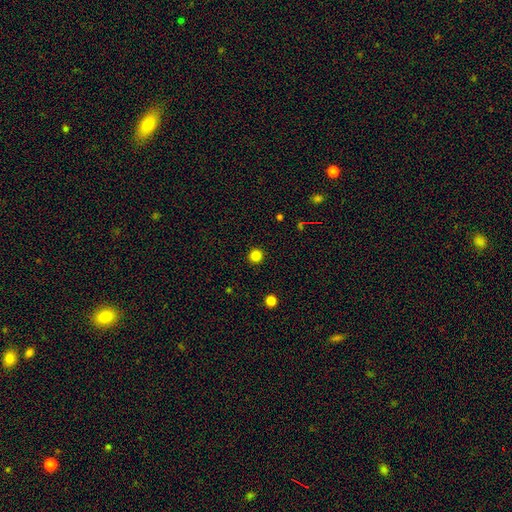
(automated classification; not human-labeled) A smooth galaxy with no disk features (84%) that is round (95%).

Vote fractions:
- Smooth or featured? smooth: 84% / star or artifact: 13% / featured or disk: 3%
- How rounded? round: 95% / in between: 4% / cigar-shaped: 1%
- Merging? none: 92% / minor disturbance: 5% / major disturbance: 2% / merger: 1%